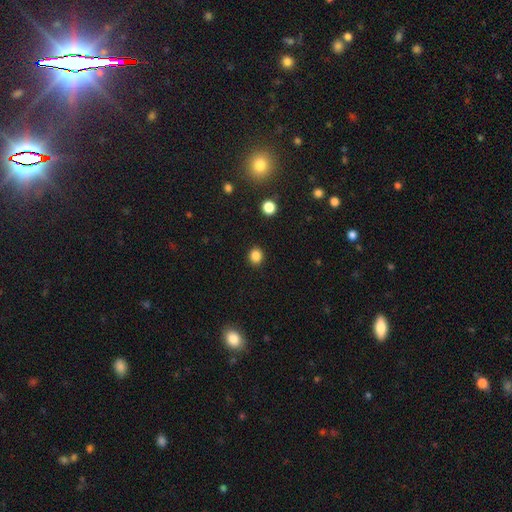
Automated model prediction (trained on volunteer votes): Smooth or featured? Predicted: smooth (p=0.85). How rounded? Predicted: round (p=0.78). Merging? Predicted: none (p=0.91).